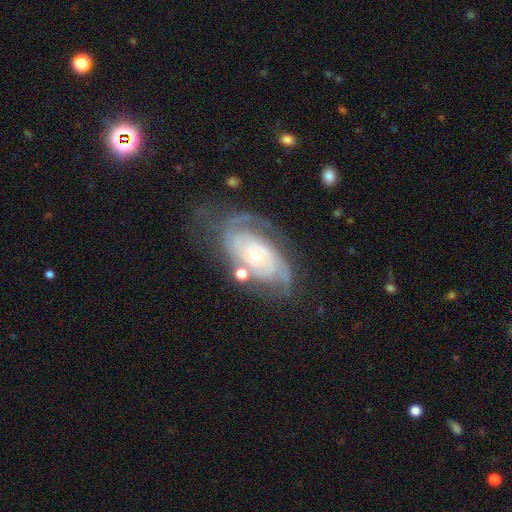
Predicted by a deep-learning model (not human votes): smooth-or-featured: featured or disk: 89% | smooth: 6% | star or artifact: 5%
  disk-edge-on: no: 96% | yes: 4%
    bar: no: 72% | weak: 21% | strong: 7%
    has-spiral-arms: yes: 97% | no: 3%
      spiral-winding: tight: 71% | medium: 24% | loose: 6%
      spiral-arm-count: 2: 49% | can't tell: 20% | 3: 18% | 4: 5% | 1: 5% | more than 4: 4%
    bulge-size: small: 52% | moderate: 44% | large: 2% | none: 1% | dominant: 1%
  merging: none: 64% | minor disturbance: 20% | major disturbance: 11% | merger: 5%